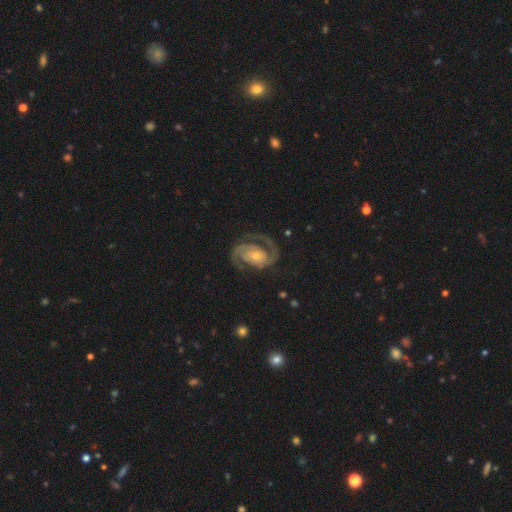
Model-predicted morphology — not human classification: type=featured or disk (90%); edge-on=no (98%); bar=no (61%); spiral arms=yes (98%); winding=medium (48%); arm count=2 (89%); bulge=small (56%); merging=none (75%).